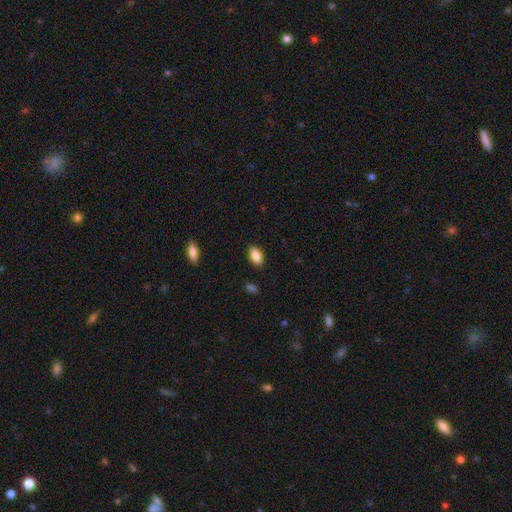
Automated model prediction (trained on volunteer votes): This is clearly a smooth galaxy (83%). How rounded: clearly in between (90%). Merging: clearly none (86%).